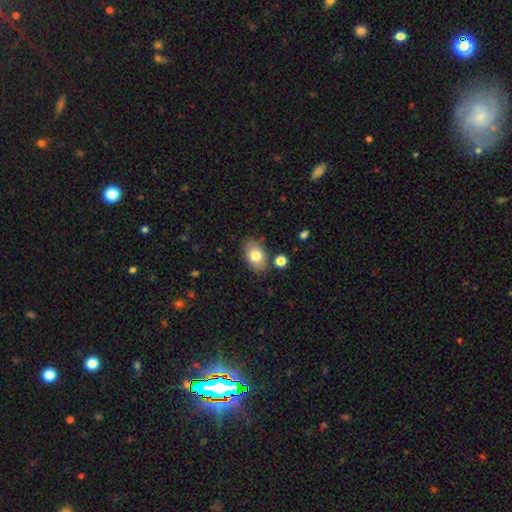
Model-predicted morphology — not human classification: A smooth galaxy with no disk features (78%) that is in between round and cigar-shaped (88%). Merging: none (79%).